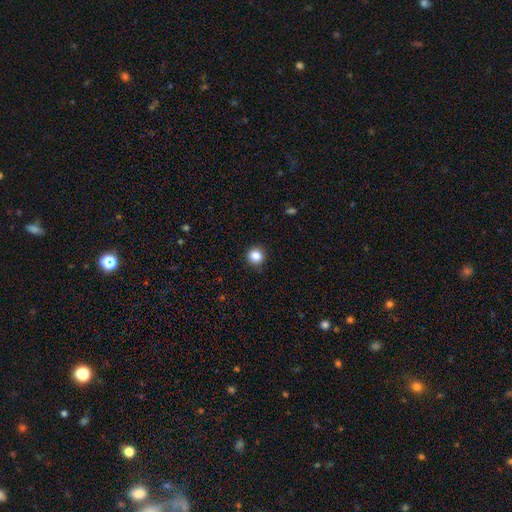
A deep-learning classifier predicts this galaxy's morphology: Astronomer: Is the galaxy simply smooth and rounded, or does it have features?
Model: smooth — 85%.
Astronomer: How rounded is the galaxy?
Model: round — 92%.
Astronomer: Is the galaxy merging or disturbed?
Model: none — 89%.